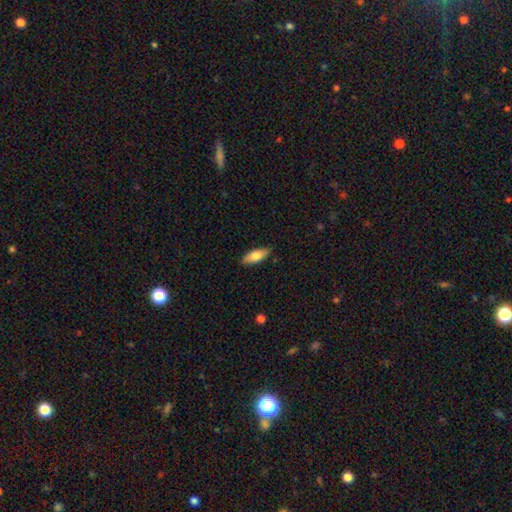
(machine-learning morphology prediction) smooth_or_featured: smooth (p=0.75) [alt: featured or disk p=0.19]
how_rounded: in between (p=0.73) [alt: cigar-shaped p=0.25]
merging: none (p=0.87) [alt: minor disturbance p=0.10]